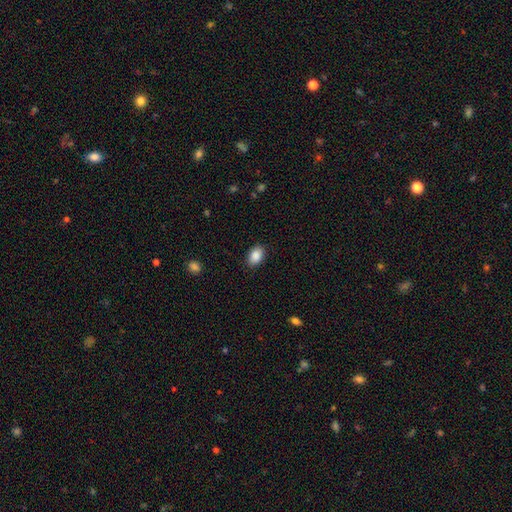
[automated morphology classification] A smooth galaxy with no disk features (89%) that is in between round and cigar-shaped (86%).

Vote fractions:
- Smooth or featured? smooth: 89% / star or artifact: 8% / featured or disk: 4%
- How rounded? in between: 86% / round: 13% / cigar-shaped: 1%
- Merging? none: 87% / minor disturbance: 9% / major disturbance: 2% / merger: 1%